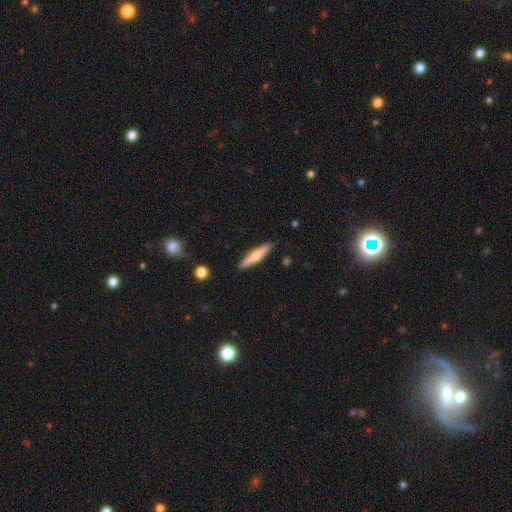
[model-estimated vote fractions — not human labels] Smooth or featured? featured or disk (49%)
Merging? none (90%)